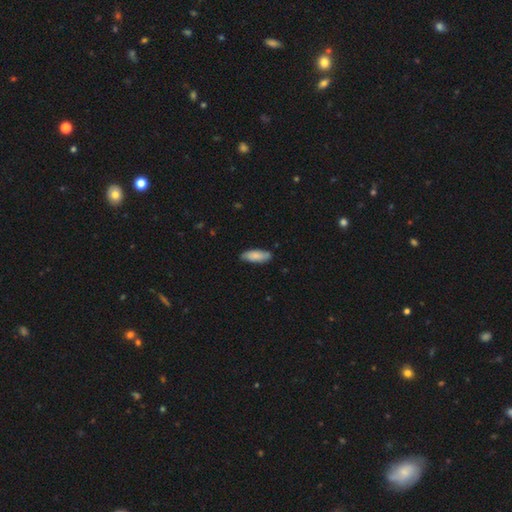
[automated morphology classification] Smooth or featured?
  - smooth: 83% *
  - featured or disk: 11%
  - star or artifact: 6%
How rounded?
  - in between: 67% *
  - cigar-shaped: 32%
  - round: 2%
Merging?
  - none: 84% *
  - minor disturbance: 13%
  - major disturbance: 2%
  - merger: 1%